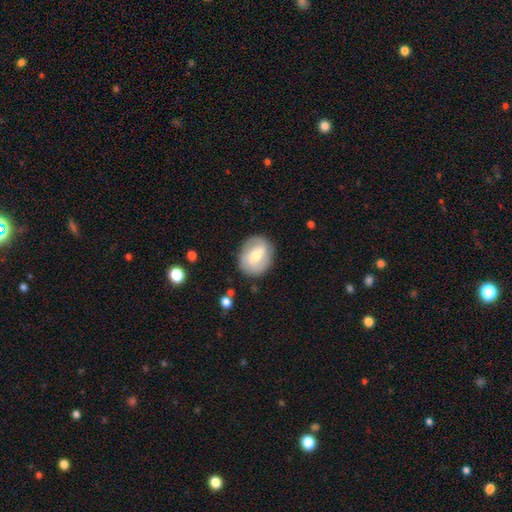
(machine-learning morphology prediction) This appears to be a featured or disk galaxy (51%). Merging: none (82%).